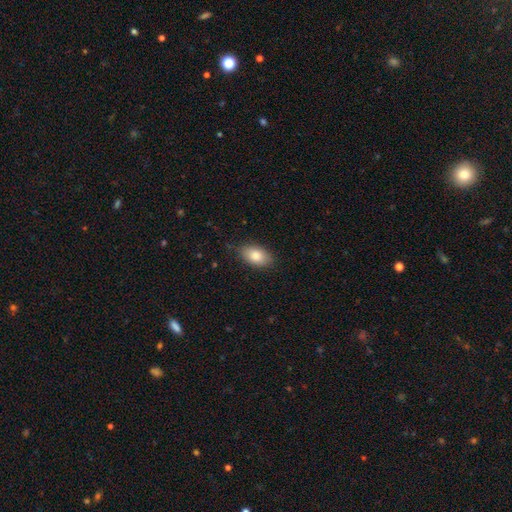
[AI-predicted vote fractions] Smooth or featured? Predicted: smooth (p=0.84). How rounded? Predicted: in between (p=0.92). Merging? Predicted: none (p=0.80).